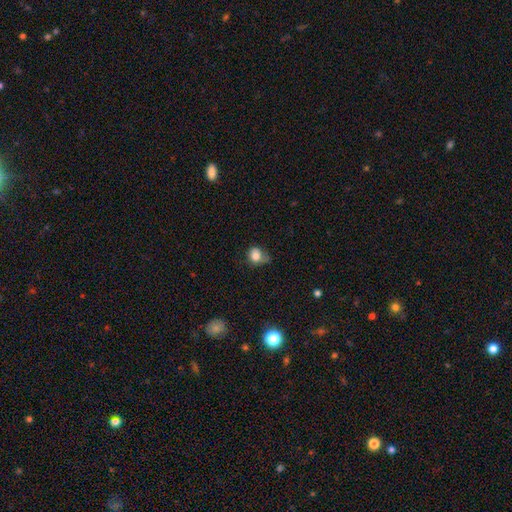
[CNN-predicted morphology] Smooth or featured? smooth (77%)
How rounded? round (69%)
Merging? none (46%)